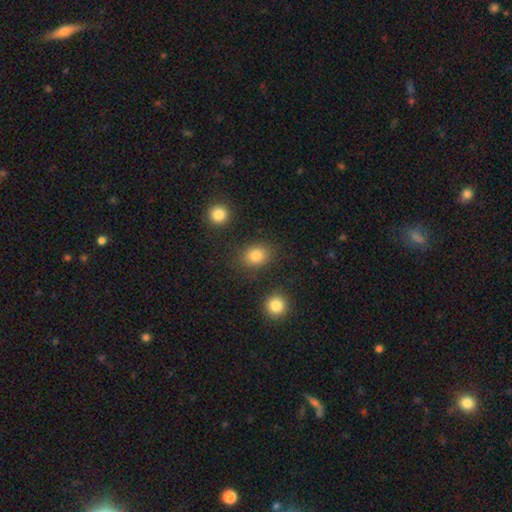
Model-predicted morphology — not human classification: smooth_or_featured: smooth (p=0.83) [alt: star or artifact p=0.11]
how_rounded: round (p=0.55) [alt: in between p=0.44]
merging: none (p=0.82) [alt: minor disturbance p=0.10]